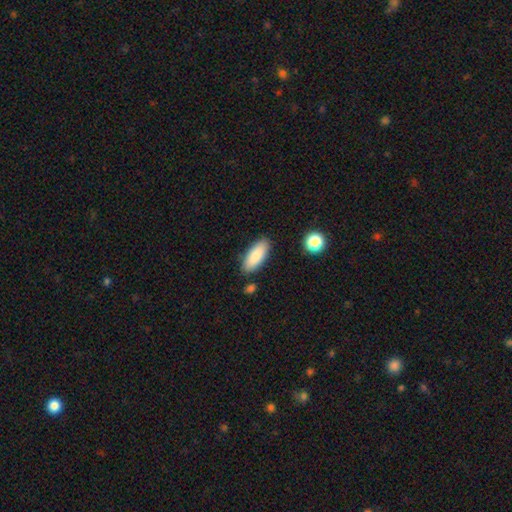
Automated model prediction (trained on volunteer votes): smooth-or-featured: smooth: 86% | featured or disk: 8% | star or artifact: 6%
  how-rounded: in between: 80% | cigar-shaped: 18% | round: 2%
  merging: none: 83% | minor disturbance: 11% | merger: 3% | major disturbance: 2%